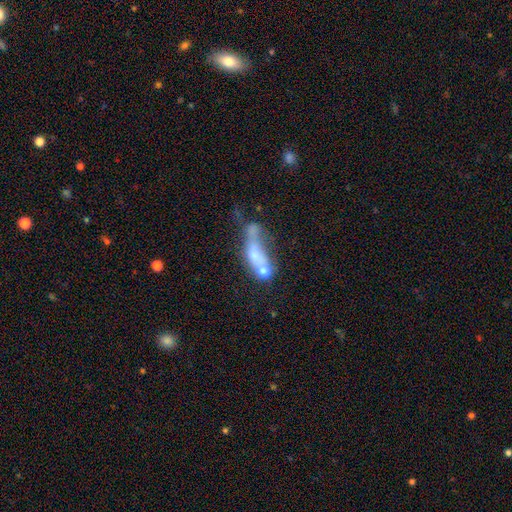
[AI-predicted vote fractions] A smooth galaxy with no disk features (45%). Merging: merger (48%).